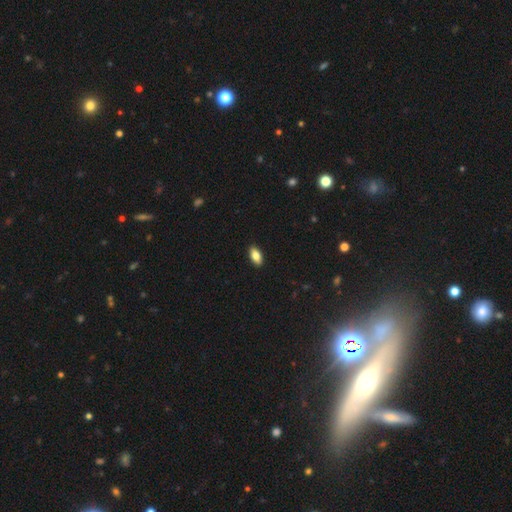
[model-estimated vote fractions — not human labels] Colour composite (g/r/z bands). It shows a smooth galaxy with no disk features (81%) that is in between round and cigar-shaped (89%). Merging: none (91%).